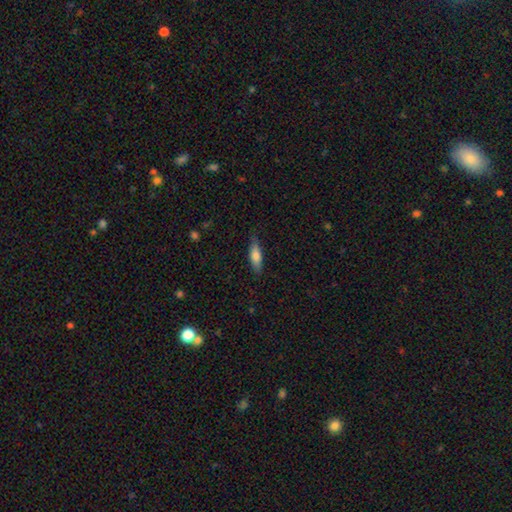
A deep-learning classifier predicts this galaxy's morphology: Smooth or featured?
  - smooth: 73% *
  - featured or disk: 21%
  - star or artifact: 6%
How rounded?
  - cigar-shaped: 50% *
  - in between: 48%
  - round: 2%
Merging?
  - none: 79% *
  - minor disturbance: 16%
  - major disturbance: 3%
  - merger: 1%